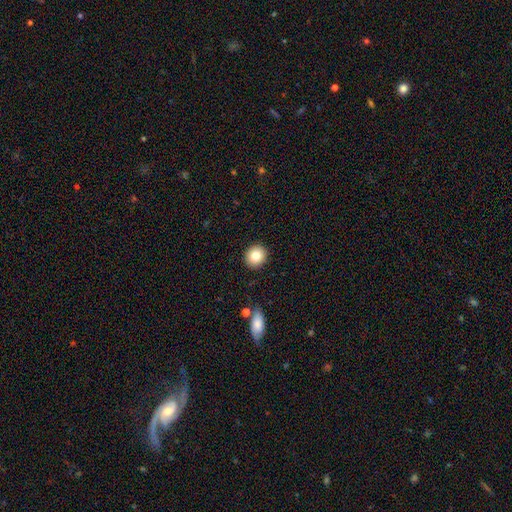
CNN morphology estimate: A smooth galaxy with no disk features (81%) that is round (85%).

Vote fractions:
- Smooth or featured? smooth: 81% / star or artifact: 9% / featured or disk: 9%
- How rounded? round: 85% / in between: 14% / cigar-shaped: 1%
- Merging? none: 91% / minor disturbance: 6% / major disturbance: 2% / merger: 1%